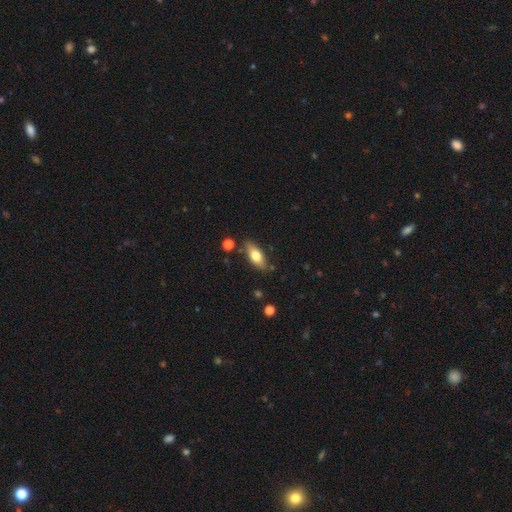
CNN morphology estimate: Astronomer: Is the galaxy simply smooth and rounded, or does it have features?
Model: smooth — 71%.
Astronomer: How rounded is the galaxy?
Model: in between — 81%.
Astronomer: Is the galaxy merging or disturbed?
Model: none — 80%.